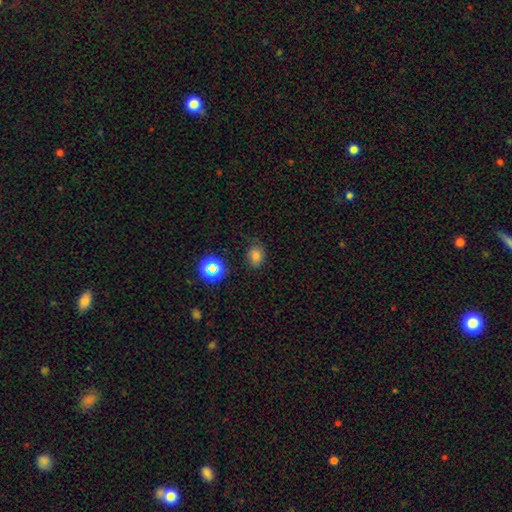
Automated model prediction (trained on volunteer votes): Smooth or featured?
  - smooth: 73% *
  - star or artifact: 19%
  - featured or disk: 8%
How rounded?
  - round: 51% *
  - in between: 48%
  - cigar-shaped: 1%
Merging?
  - none: 72% *
  - minor disturbance: 20%
  - major disturbance: 5%
  - merger: 2%